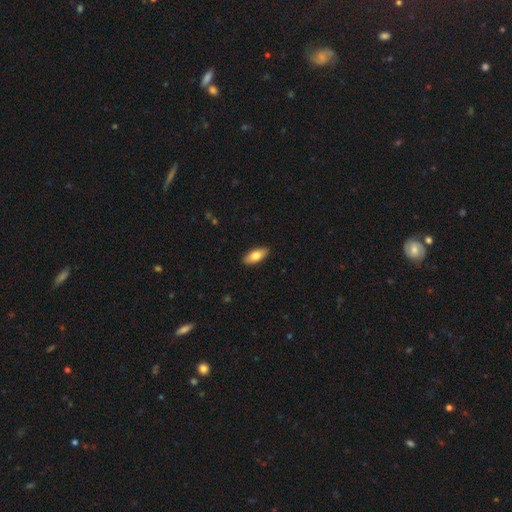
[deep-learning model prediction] Smooth or featured?
  - smooth: 75% *
  - featured or disk: 19%
  - star or artifact: 6%
How rounded?
  - in between: 80% *
  - cigar-shaped: 18%
  - round: 2%
Merging?
  - none: 90% *
  - minor disturbance: 7%
  - major disturbance: 2%
  - merger: 1%